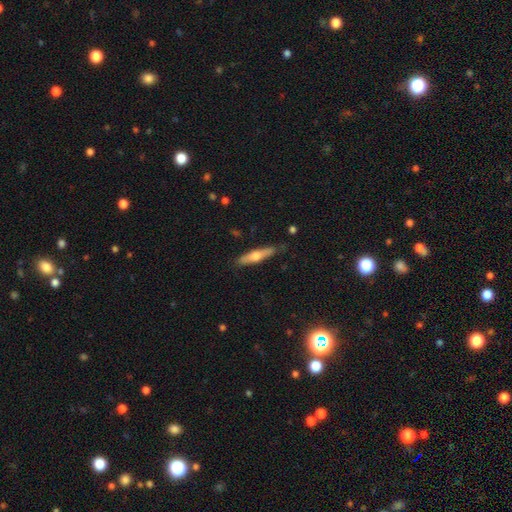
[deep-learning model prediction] smooth 50%, featured or disk 45%, star or artifact 6%. Down the decision tree: merging — none (85%).